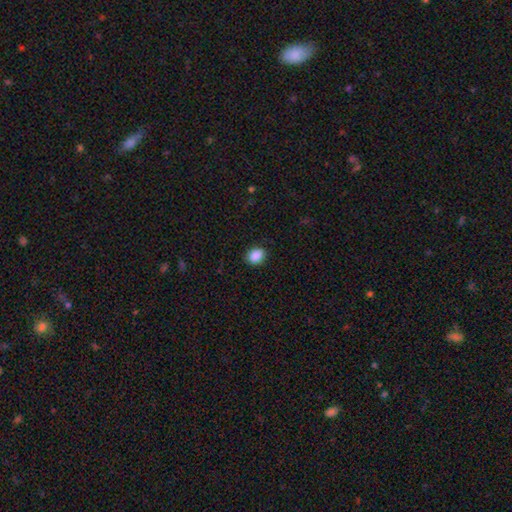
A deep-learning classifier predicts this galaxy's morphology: Smooth or featured?
  - smooth: 89% *
  - star or artifact: 9%
  - featured or disk: 3%
How rounded?
  - in between: 55% *
  - round: 44%
  - cigar-shaped: 1%
Merging?
  - none: 87% *
  - minor disturbance: 9%
  - major disturbance: 2%
  - merger: 1%